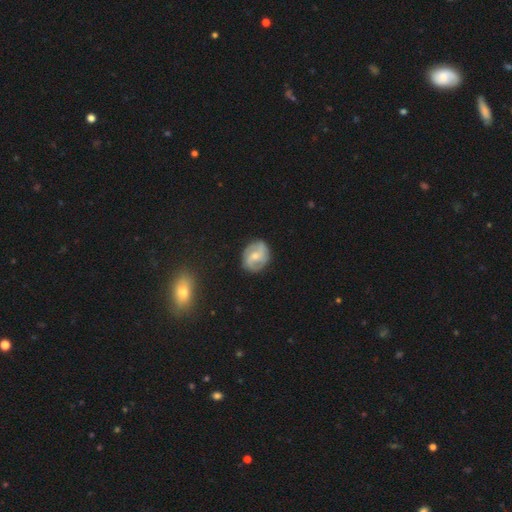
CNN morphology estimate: The model was most divided on "bar": weak: 44%, no: 42%, strong: 14%. Remaining: edge-on disk — no (97%); spiral arms — yes (91%); merging — none (82%); smooth or featured — featured or disk (73%); spiral arm count — 2 (68%); bulge size — small (52%); spiral winding — medium (46%).